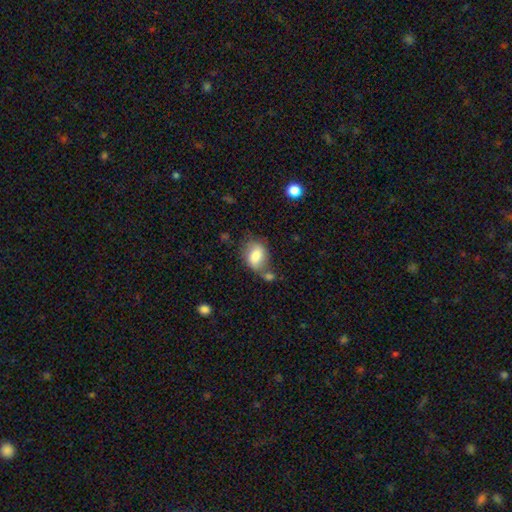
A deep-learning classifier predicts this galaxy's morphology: Smooth or featured?
  - smooth: 76% *
  - featured or disk: 16%
  - star or artifact: 8%
How rounded?
  - in between: 75% *
  - round: 23%
  - cigar-shaped: 2%
Merging?
  - none: 47% *
  - minor disturbance: 22%
  - merger: 21%
  - major disturbance: 9%